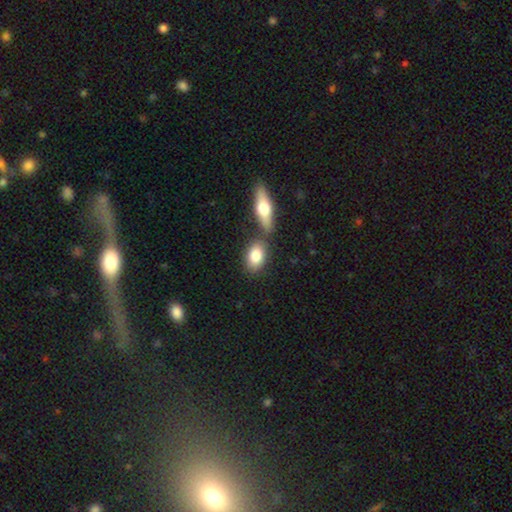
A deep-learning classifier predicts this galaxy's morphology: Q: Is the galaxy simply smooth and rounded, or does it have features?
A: smooth — 79%.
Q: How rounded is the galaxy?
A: in between — 86%.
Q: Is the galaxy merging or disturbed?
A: none — 60%.